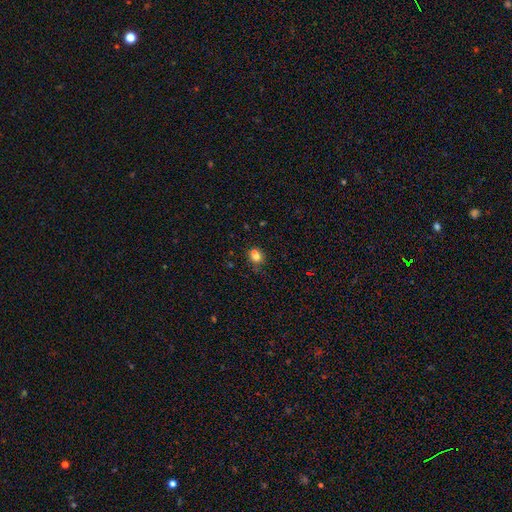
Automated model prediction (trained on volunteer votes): Smooth or featured? Predicted: smooth (p=0.76). How rounded? Predicted: round (p=0.61). Merging? Predicted: none (p=0.52).